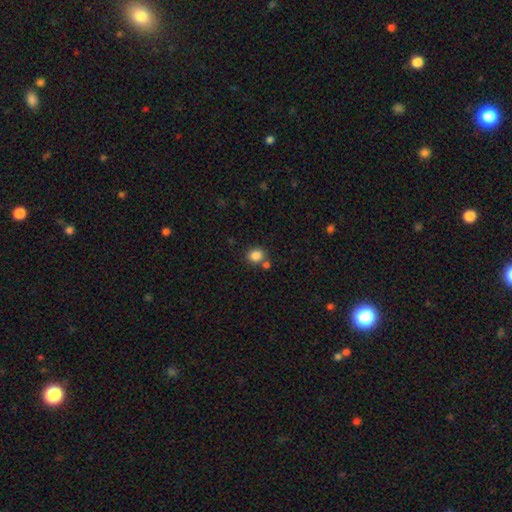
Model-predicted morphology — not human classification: type=smooth (85%); roundness=round (69%); merging=none (68%).